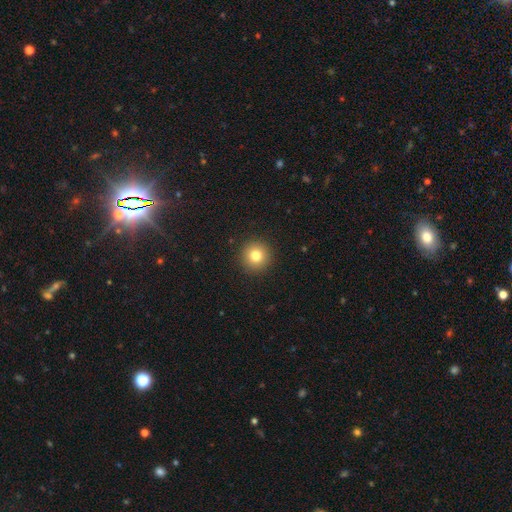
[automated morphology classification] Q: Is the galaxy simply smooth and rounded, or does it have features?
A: smooth — 80%.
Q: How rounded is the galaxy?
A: round — 95%.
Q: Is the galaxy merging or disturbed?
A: none — 93%.